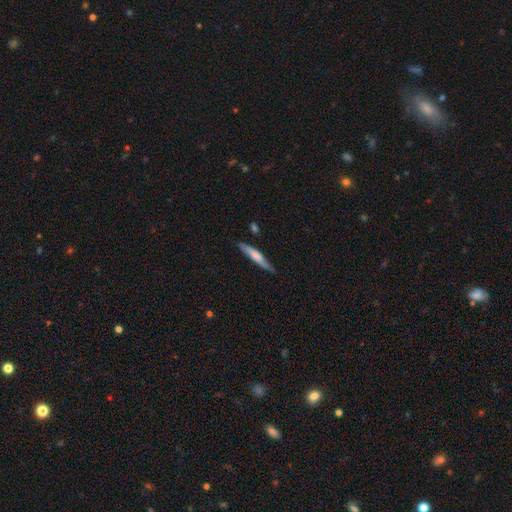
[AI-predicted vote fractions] Overall: smooth (59%; featured or disk 36%). How rounded: cigar-shaped (90%). Merging: none (72%).